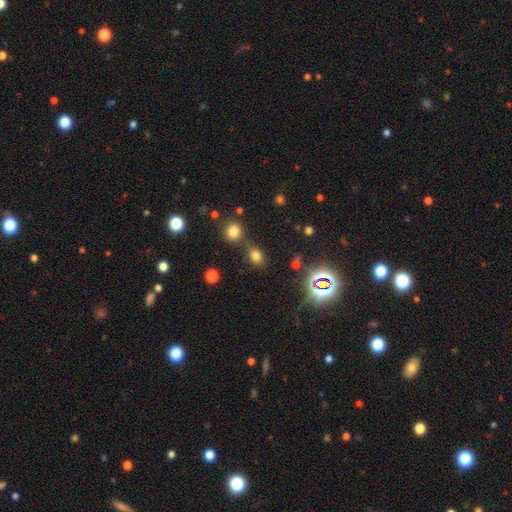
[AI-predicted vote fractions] Smooth or featured? smooth (70%)
How rounded? in between (64%)
Merging? none (66%)